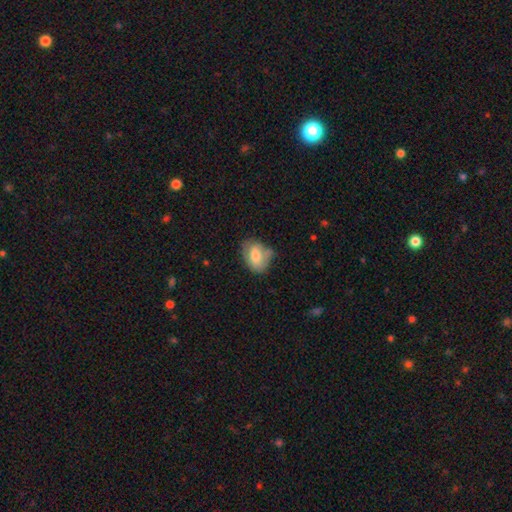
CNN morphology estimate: type=smooth (70%); roundness=in between (76%); merging=none (49%).